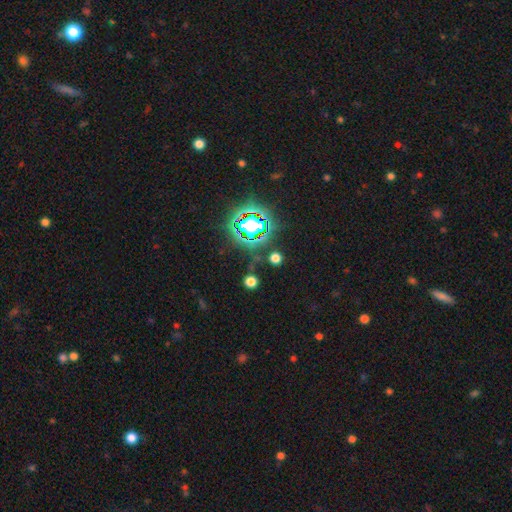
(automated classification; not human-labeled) Q: Smooth or featured?
A: star or artifact (68%); runner-up: smooth (23%)